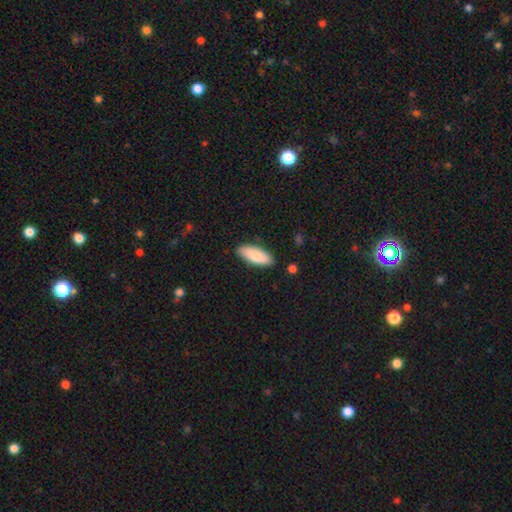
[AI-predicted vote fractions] Smooth or featured?
  - smooth: 83% *
  - featured or disk: 12%
  - star or artifact: 6%
How rounded?
  - in between: 72% *
  - cigar-shaped: 27%
  - round: 2%
Merging?
  - none: 87% *
  - minor disturbance: 10%
  - major disturbance: 2%
  - merger: 2%